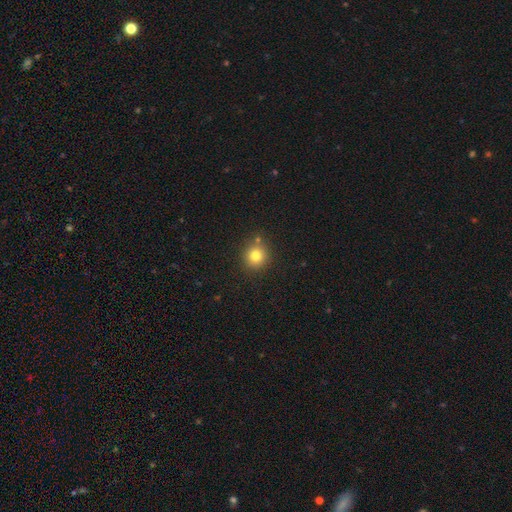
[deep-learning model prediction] This appears to be a smooth galaxy with no disk features (79%) that is round (89%). Merging: none (80%).